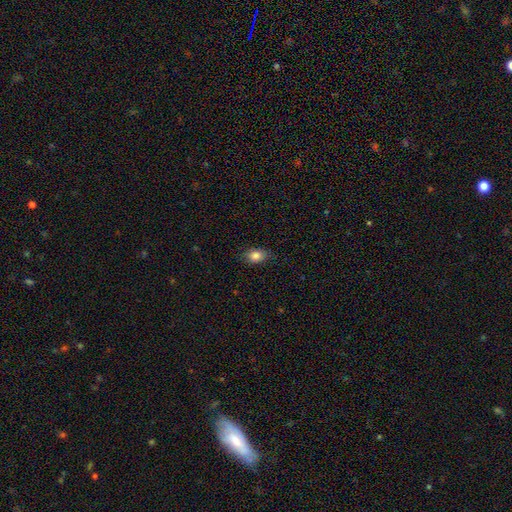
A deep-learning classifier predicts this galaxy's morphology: This appears to be a smooth galaxy with no disk features (83%) that is in between round and cigar-shaped (78%). Merging: none (82%).